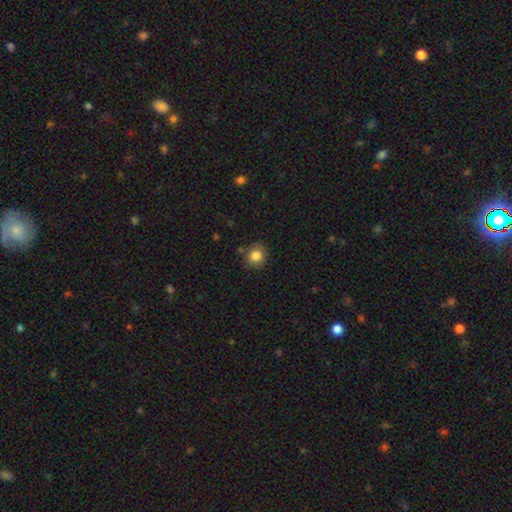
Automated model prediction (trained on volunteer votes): smooth-or-featured: smooth: 84% | star or artifact: 10% | featured or disk: 6%
  how-rounded: round: 81% | in between: 19% | cigar-shaped: 1%
  merging: none: 84% | minor disturbance: 11% | major disturbance: 3% | merger: 3%